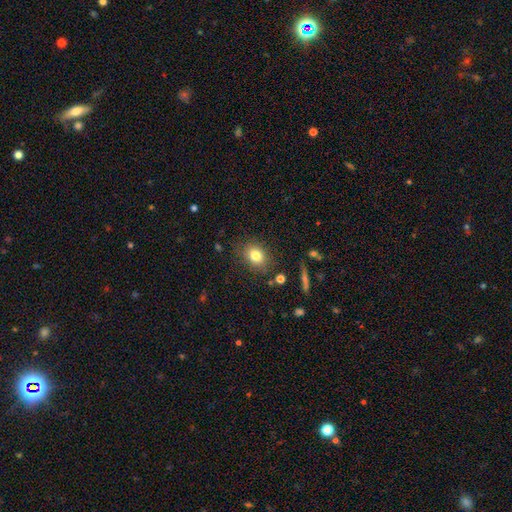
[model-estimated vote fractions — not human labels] The model was most divided on "how rounded": in between: 58%, round: 41%, cigar-shaped: 1%. More confident: merging — none (82%); smooth or featured — smooth (81%).